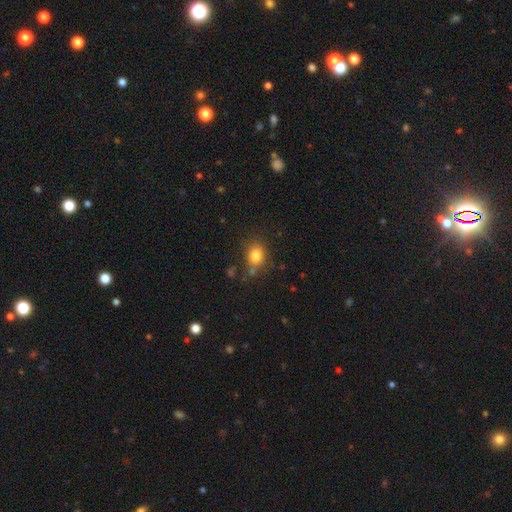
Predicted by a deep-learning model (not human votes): This is clearly a smooth galaxy (81%). How rounded: possibly round (57%). Merging: likely none (71%).